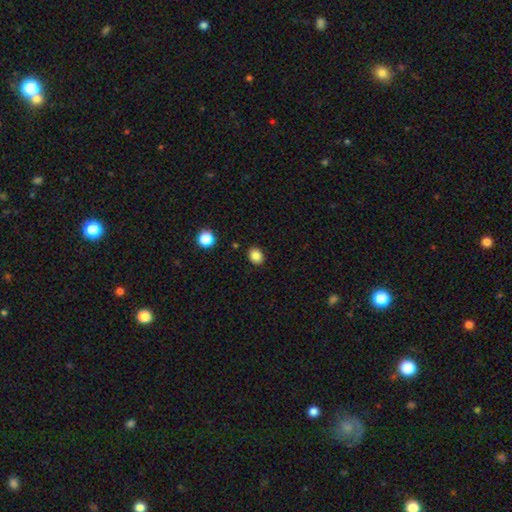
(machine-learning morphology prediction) Smooth or featured: smooth — 85% (star or artifact — 11%)
How rounded: round — 52% (in between — 47%)
Merging: none — 88% (minor disturbance — 8%)